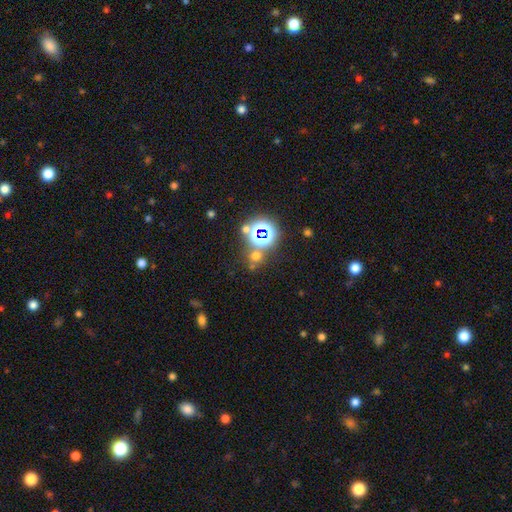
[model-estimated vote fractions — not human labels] A smooth galaxy with no disk features (46%).

Vote fractions:
- Smooth or featured? smooth: 46% / star or artifact: 45% / featured or disk: 9%
- Merging? none: 66% / merger: 19% / minor disturbance: 9% / major disturbance: 5%